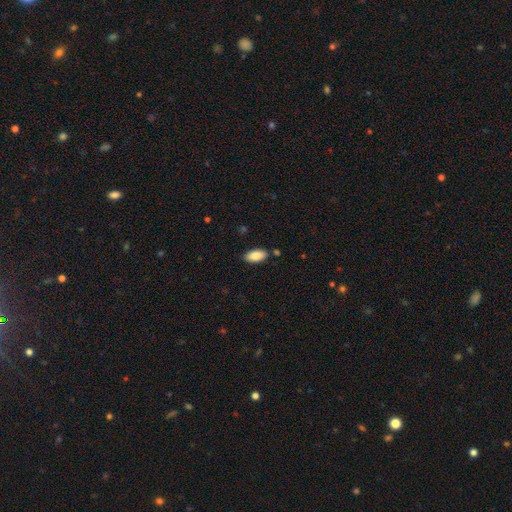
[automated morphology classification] Overall: smooth (86%). How rounded: in between (93%). Merging: none (85%).